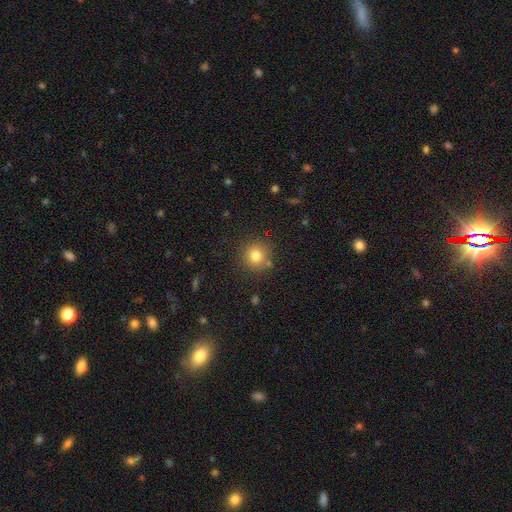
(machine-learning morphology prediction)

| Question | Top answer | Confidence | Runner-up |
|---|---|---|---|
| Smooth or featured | smooth | 79% | star or artifact (13%) |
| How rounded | round | 93% | in between (6%) |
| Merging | none | 84% | minor disturbance (9%) |